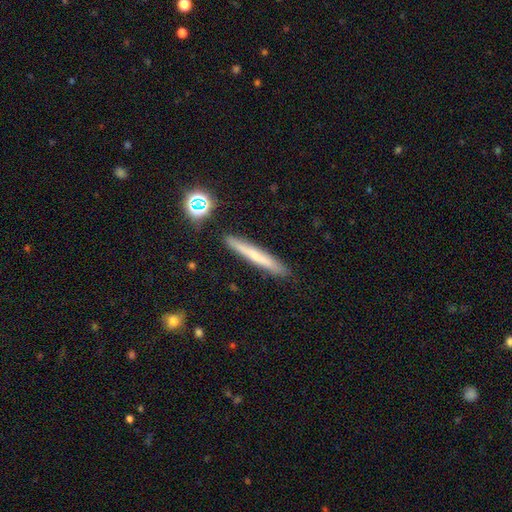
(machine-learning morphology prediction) smooth-or-featured: smooth: 58% | featured or disk: 33% | star or artifact: 9%
  how-rounded: cigar-shaped: 95% | in between: 3% | round: 1%
  merging: none: 89% | minor disturbance: 8% | major disturbance: 2% | merger: 2%